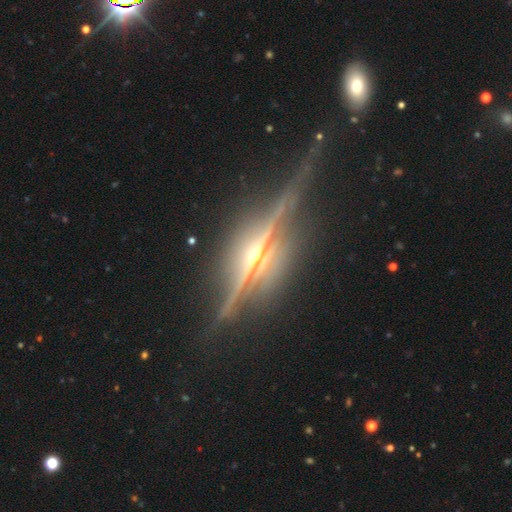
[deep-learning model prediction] Overall: featured or disk (88%). Edge-on disk: yes (96%). Edge-on bulge: rounded (91%). Merging: none (83%).